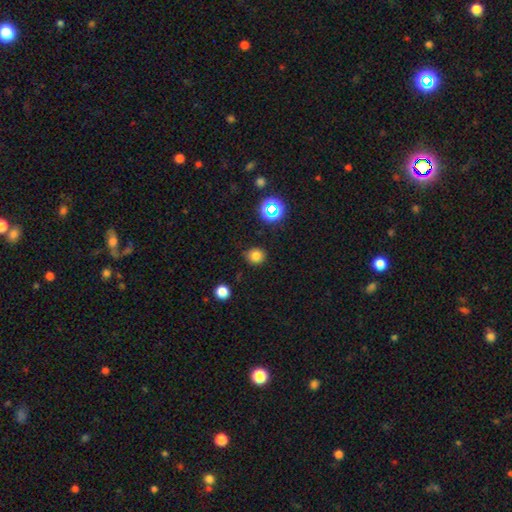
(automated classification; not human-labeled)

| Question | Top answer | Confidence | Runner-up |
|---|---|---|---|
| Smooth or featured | smooth | 78% | star or artifact (16%) |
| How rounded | round | 85% | in between (14%) |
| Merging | none | 87% | minor disturbance (9%) |